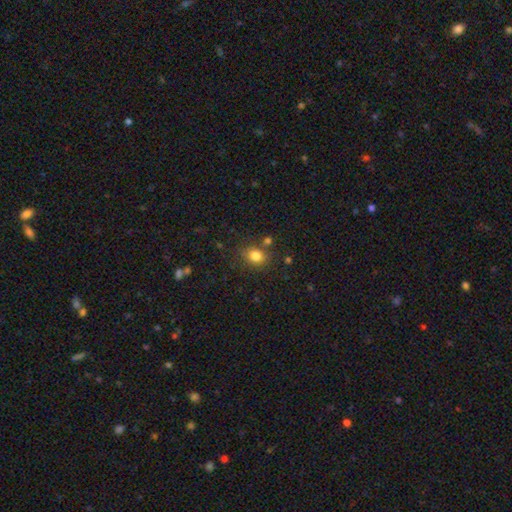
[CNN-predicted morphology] Smooth or featured? Predicted: smooth (p=0.81). How rounded? Predicted: round (p=0.61). Merging? Predicted: none (p=0.74).